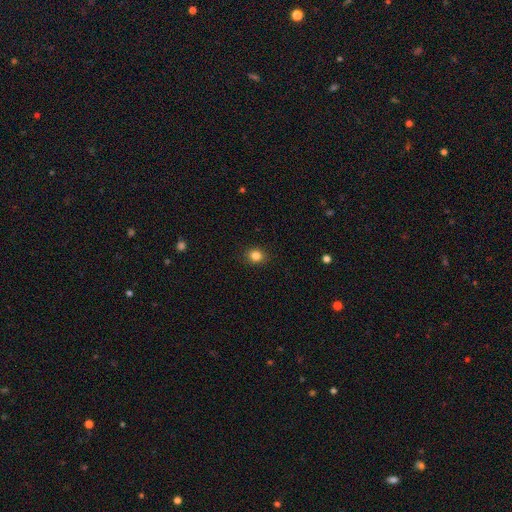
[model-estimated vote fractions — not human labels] Smooth or featured: smooth — 84% (star or artifact — 11%)
How rounded: round — 74% (in between — 26%)
Merging: none — 90% (minor disturbance — 7%)